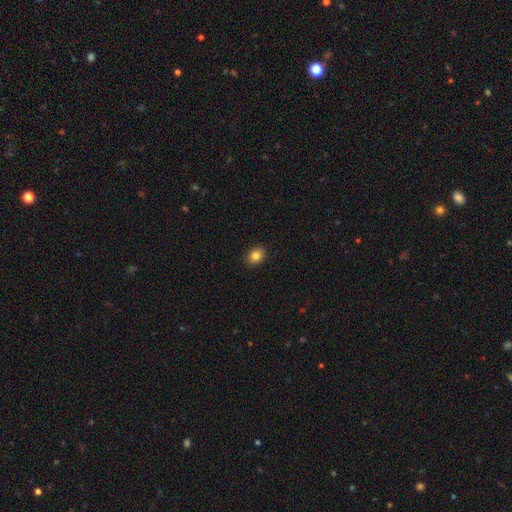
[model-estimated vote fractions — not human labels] Overall: smooth (83%). How rounded: in between (60%; round 39%). Merging: none (90%).